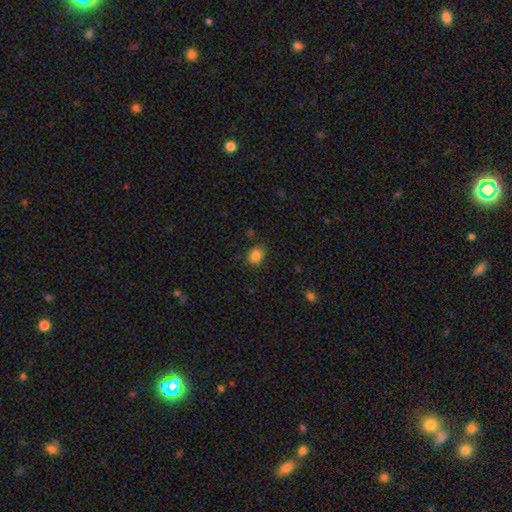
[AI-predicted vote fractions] A smooth galaxy with no disk features (85%) that is in between round and cigar-shaped (52%).

Vote fractions:
- Smooth or featured? smooth: 85% / star or artifact: 10% / featured or disk: 5%
- How rounded? in between: 52% / round: 47% / cigar-shaped: 1%
- Merging? none: 80% / minor disturbance: 15% / major disturbance: 3% / merger: 2%